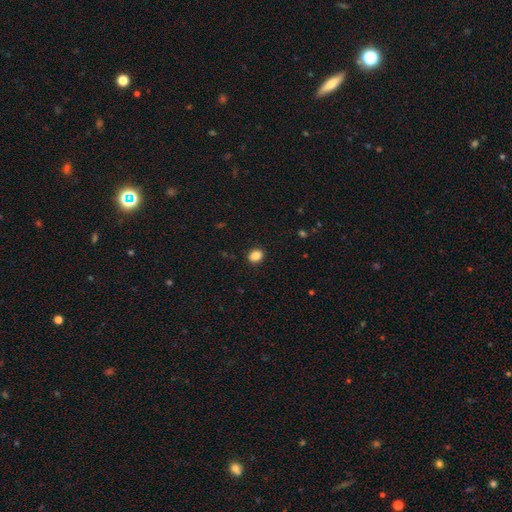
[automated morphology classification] Smooth or featured: smooth — 87% (star or artifact — 10%)
How rounded: in between — 51% (round — 48%)
Merging: none — 90% (minor disturbance — 7%)